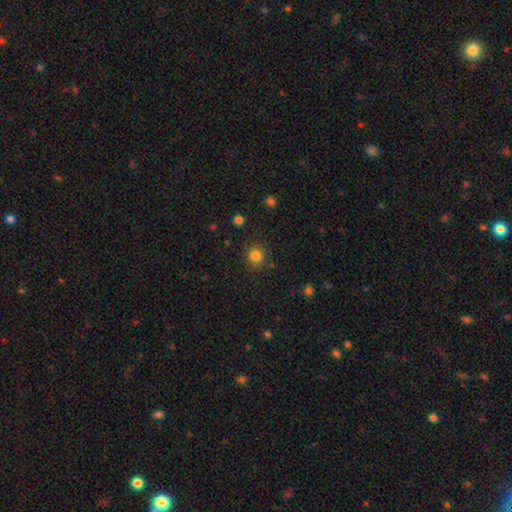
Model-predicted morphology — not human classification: A smooth galaxy with no disk features (83%) that is round (89%). Merging: none (87%).